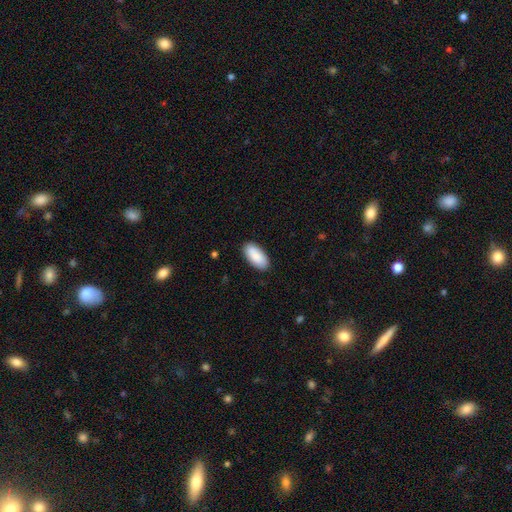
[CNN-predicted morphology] smooth 88%, featured or disk 7%, star or artifact 6%. Down the decision tree: how rounded — in between (93%); merging — none (87%).